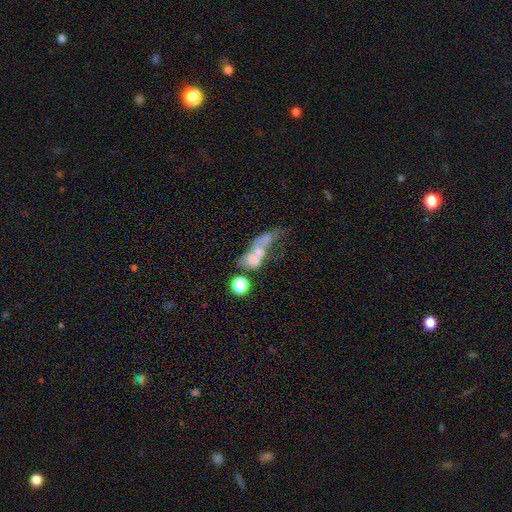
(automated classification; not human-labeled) Smooth or featured? smooth (45%)
Merging? merger (56%)